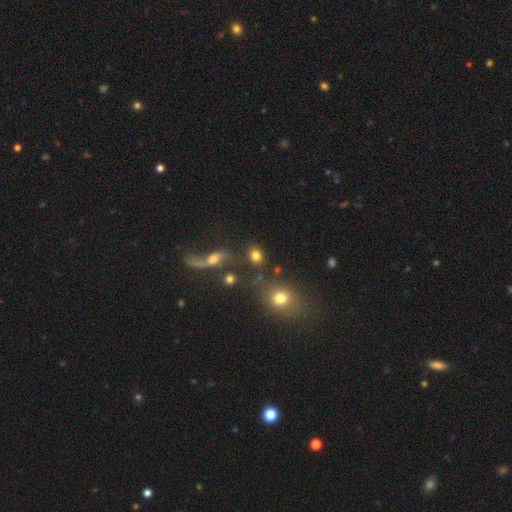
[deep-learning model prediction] smooth 79%, featured or disk 11%, star or artifact 10%. Down the decision tree: how rounded — in between (50%); merging — none (68%).